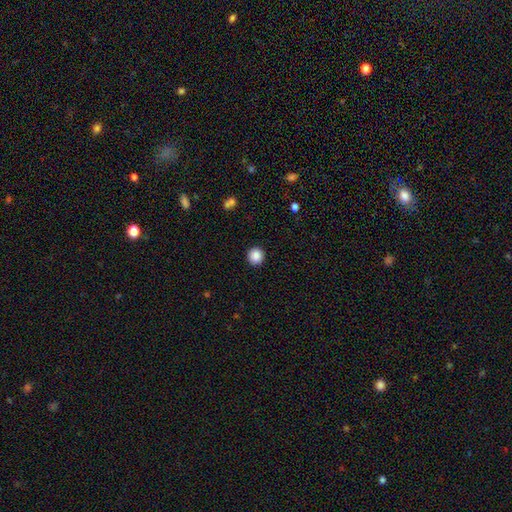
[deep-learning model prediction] Morphology: type=smooth (88%); roundness=round (94%); merging=none (92%).